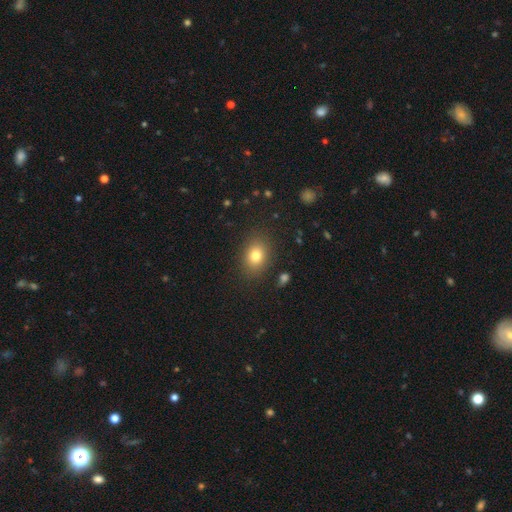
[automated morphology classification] smooth-or-featured: smooth: 79% | star or artifact: 12% | featured or disk: 9%
  how-rounded: in between: 59% | round: 40% | cigar-shaped: 1%
  merging: none: 85% | minor disturbance: 10% | major disturbance: 3% | merger: 2%